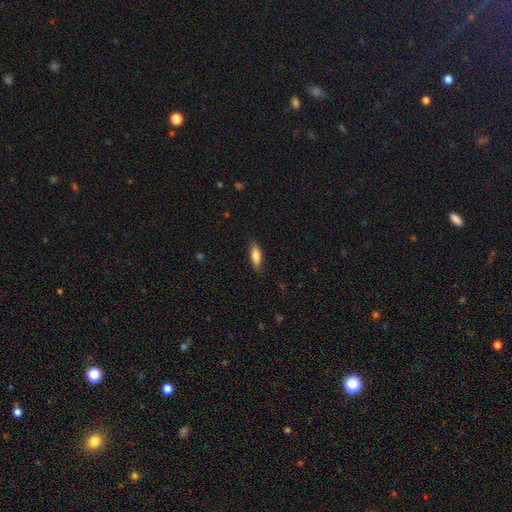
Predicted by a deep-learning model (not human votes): The model was most divided on "how rounded": in between: 63%, cigar-shaped: 35%, round: 2%. More confident: merging — none (81%); smooth or featured — smooth (78%).